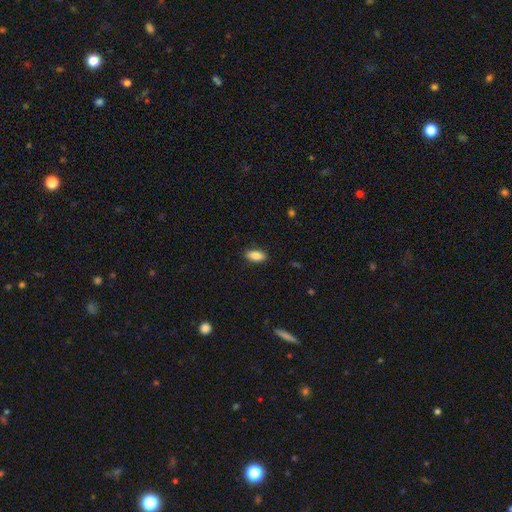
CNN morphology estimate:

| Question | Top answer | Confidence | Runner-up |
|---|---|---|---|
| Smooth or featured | smooth | 88% | star or artifact (7%) |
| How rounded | in between | 87% | cigar-shaped (10%) |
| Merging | none | 88% | minor disturbance (9%) |